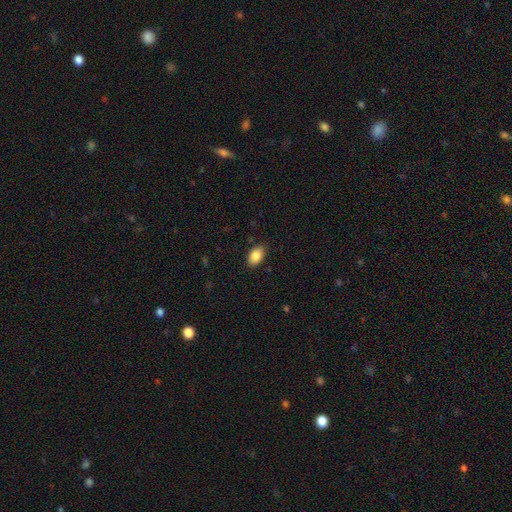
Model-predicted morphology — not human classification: The model was most divided on "merging": none: 87%, minor disturbance: 10%, major disturbance: 2%, merger: 1%. More confident: how rounded — in between (90%); smooth or featured — smooth (87%).